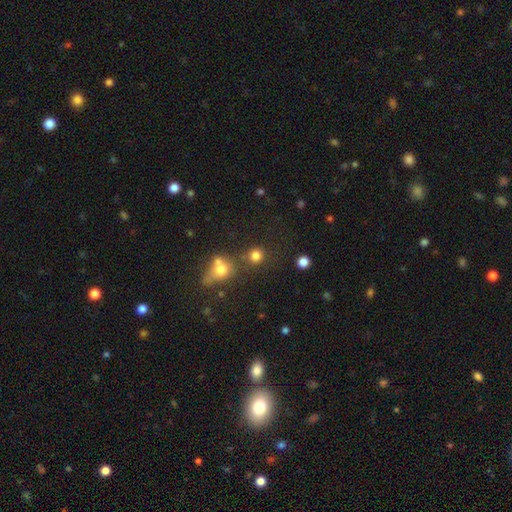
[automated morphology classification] smooth_or_featured: smooth (p=0.80) [alt: star or artifact p=0.14]
how_rounded: round (p=0.84) [alt: in between p=0.14]
merging: none (p=0.67) [alt: merger p=0.18]